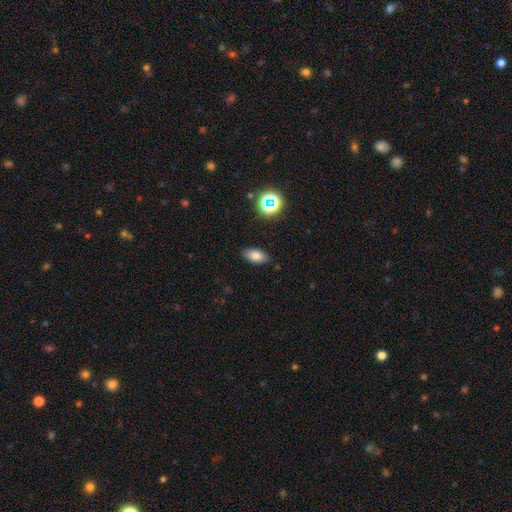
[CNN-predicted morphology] This is likely a smooth galaxy (78%). How rounded: clearly in between (88%). Merging: clearly none (87%).